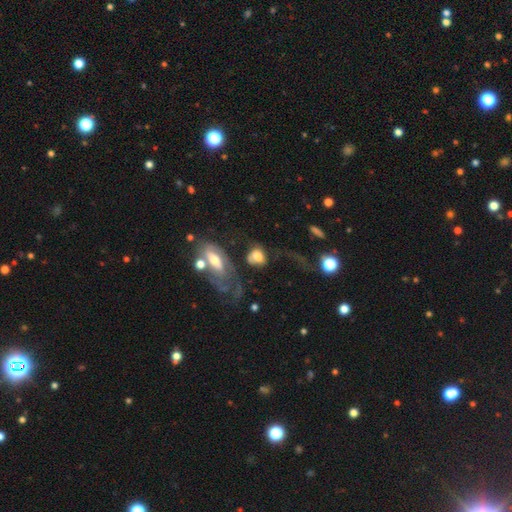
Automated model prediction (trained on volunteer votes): smooth-or-featured: smooth: 59% | featured or disk: 31% | star or artifact: 10%
  how-rounded: in between: 52% | round: 45% | cigar-shaped: 3%
  merging: none: 31% | major disturbance: 30% | merger: 22% | minor disturbance: 17%